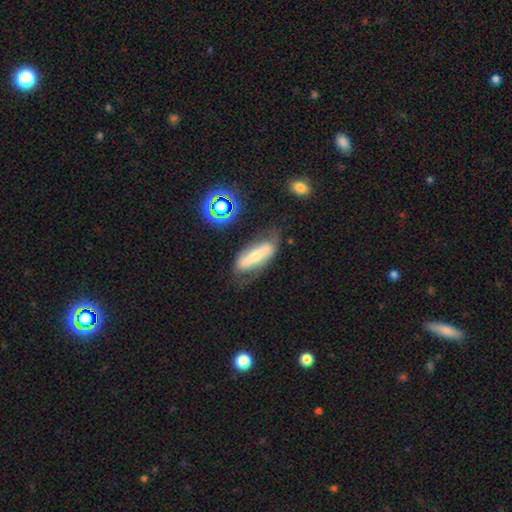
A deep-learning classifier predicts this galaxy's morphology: Smooth or featured? featured or disk (50%)
Edge-on disk? no (68%)
Merging? none (61%)